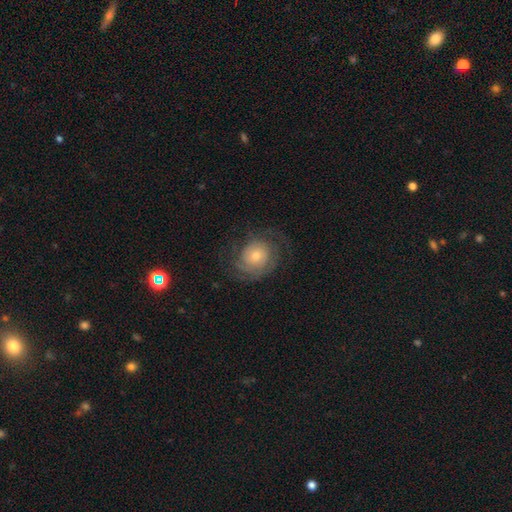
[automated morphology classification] featured or disk 68%, smooth 23%, star or artifact 9%. Down the decision tree: edge-on disk — no (97%); bar — no (80%); spiral arms — yes (90%); spiral arm count — 2 (46%); spiral winding — tight (56%); bulge size — moderate (44%, tied with small); merging — none (70%).